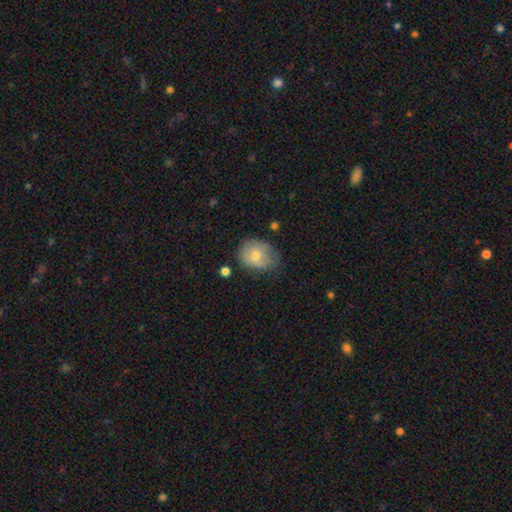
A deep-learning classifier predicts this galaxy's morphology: A smooth galaxy with no disk features (70%) that is in between round and cigar-shaped (52%).

Vote fractions:
- Smooth or featured? smooth: 70% / featured or disk: 22% / star or artifact: 9%
- How rounded? in between: 52% / round: 47% / cigar-shaped: 1%
- Merging? none: 54% / minor disturbance: 34% / major disturbance: 10% / merger: 3%